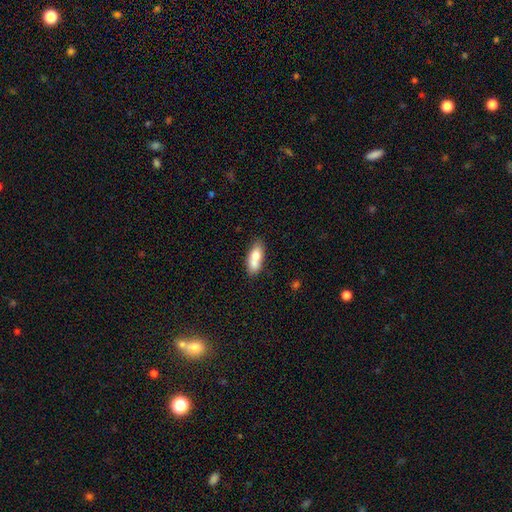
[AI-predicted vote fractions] Smooth or featured? smooth (70%)
How rounded? in between (76%)
Merging? none (44%)